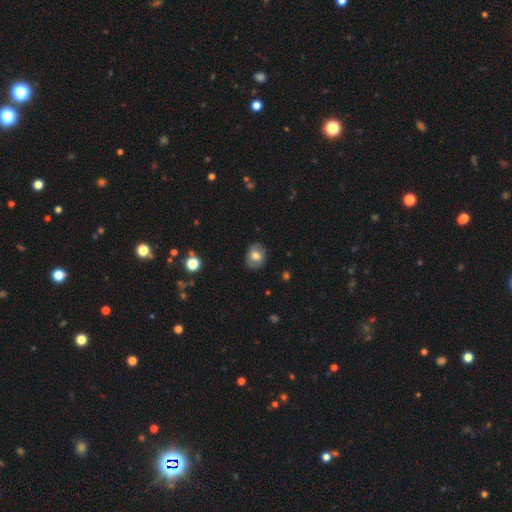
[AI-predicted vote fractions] smooth 68%, featured or disk 24%, star or artifact 8%. Down the decision tree: how rounded — round (57%); merging — none (85%).